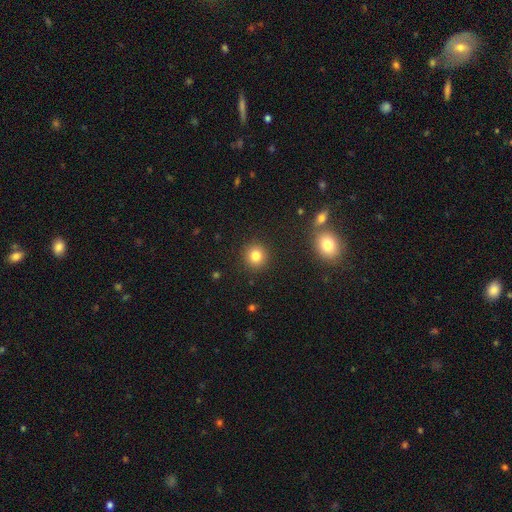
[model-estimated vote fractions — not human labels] This is clearly a smooth galaxy (82%). How rounded: clearly round (90%). Merging: clearly none (90%).